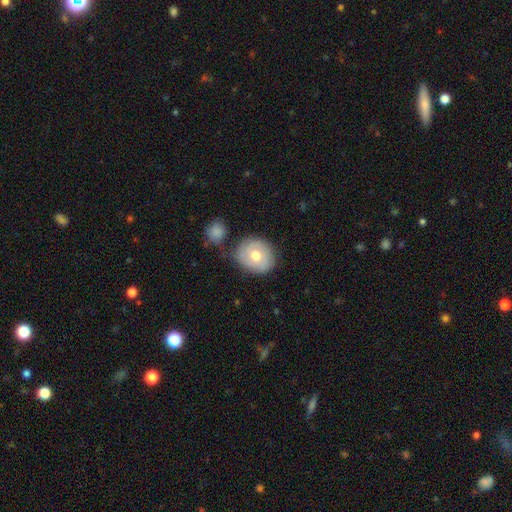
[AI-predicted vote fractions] Q: Smooth or featured?
A: featured or disk (48%); runner-up: smooth (46%)
Q: Merging?
A: none (66%); runner-up: minor disturbance (20%)